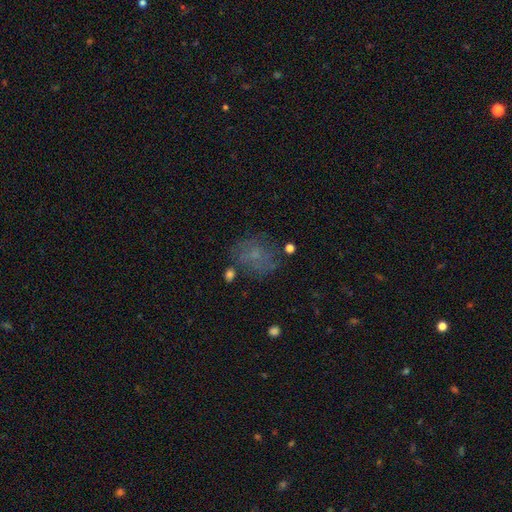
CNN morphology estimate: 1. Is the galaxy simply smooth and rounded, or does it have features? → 48% smooth, 33% featured or disk, 20% star or artifact.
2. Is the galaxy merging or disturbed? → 62% none, 19% minor disturbance, 13% major disturbance, 6% merger.